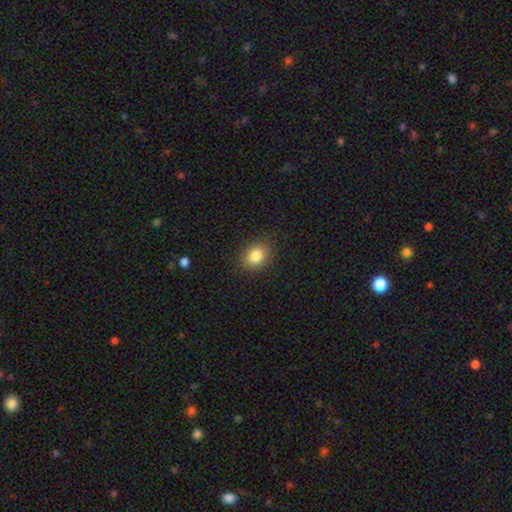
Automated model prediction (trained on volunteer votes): A smooth galaxy with no disk features (84%) that is in between round and cigar-shaped (56%).

Vote fractions:
- Smooth or featured? smooth: 84% / star or artifact: 9% / featured or disk: 7%
- How rounded? in between: 56% / round: 43% / cigar-shaped: 1%
- Merging? none: 85% / minor disturbance: 11% / major disturbance: 3% / merger: 1%